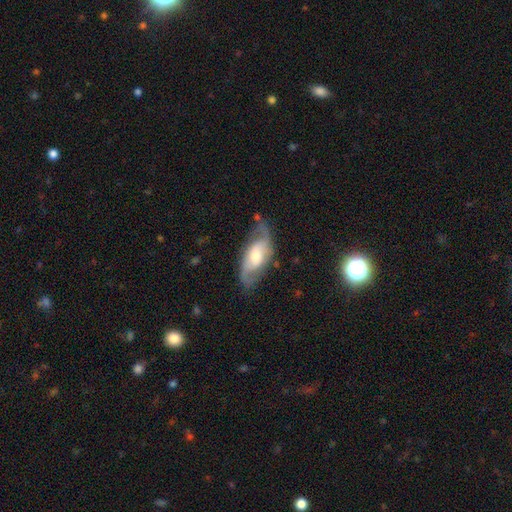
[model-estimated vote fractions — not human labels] smooth-or-featured: featured or disk: 74% | smooth: 20% | star or artifact: 6%
  disk-edge-on: no: 91% | yes: 9%
    bar: no: 43% | weak: 41% | strong: 15%
    has-spiral-arms: yes: 90% | no: 10%
      spiral-winding: medium: 43% | loose: 42% | tight: 16%
      spiral-arm-count: 2: 86% | can't tell: 7% | 1: 3% | 3: 1% | 4: 1% | more than 4: 1%
    bulge-size: moderate: 57% | small: 23% | large: 16% | none: 2% | dominant: 2%
  merging: none: 69% | minor disturbance: 20% | major disturbance: 9% | merger: 2%